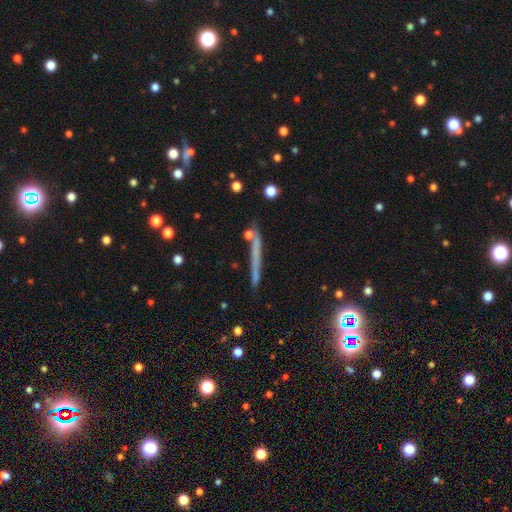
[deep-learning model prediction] A smooth galaxy with no disk features (47%).

Vote fractions:
- Smooth or featured? smooth: 47% / featured or disk: 40% / star or artifact: 13%
- Merging? none: 81% / minor disturbance: 12% / merger: 4% / major disturbance: 3%